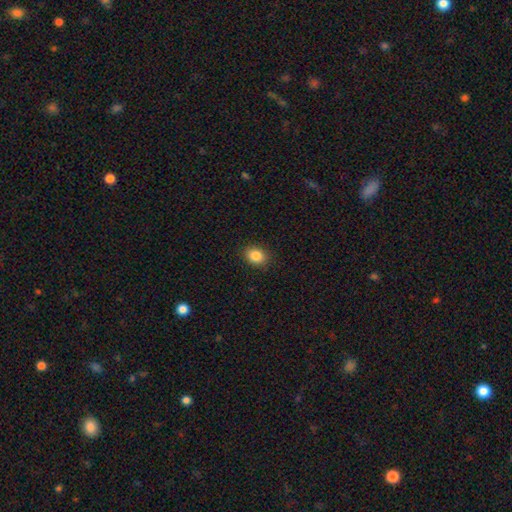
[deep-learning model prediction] A smooth galaxy with no disk features (86%) that is in between round and cigar-shaped (54%). Merging: none (89%).